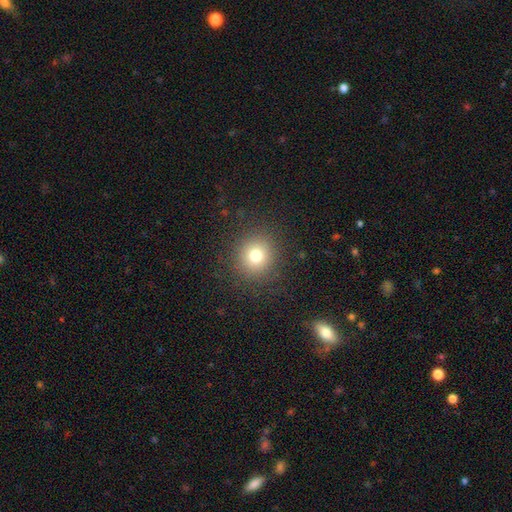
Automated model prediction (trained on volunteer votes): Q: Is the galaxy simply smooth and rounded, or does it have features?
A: smooth — 75%.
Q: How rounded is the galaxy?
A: round — 91%.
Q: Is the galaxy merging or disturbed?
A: none — 89%.